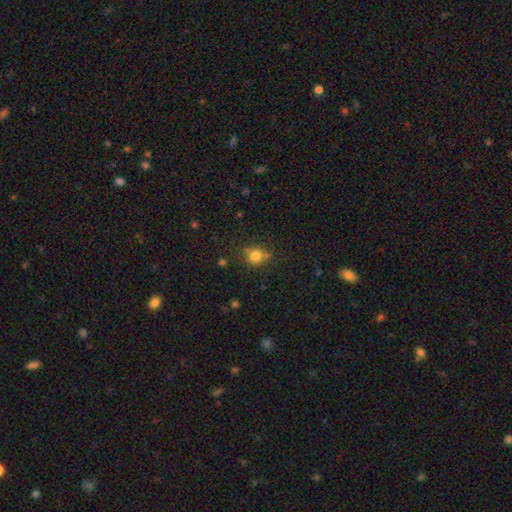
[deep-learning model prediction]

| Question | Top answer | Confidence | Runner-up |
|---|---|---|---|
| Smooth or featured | smooth | 79% | star or artifact (13%) |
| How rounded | round | 84% | in between (15%) |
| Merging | none | 72% | minor disturbance (15%) |